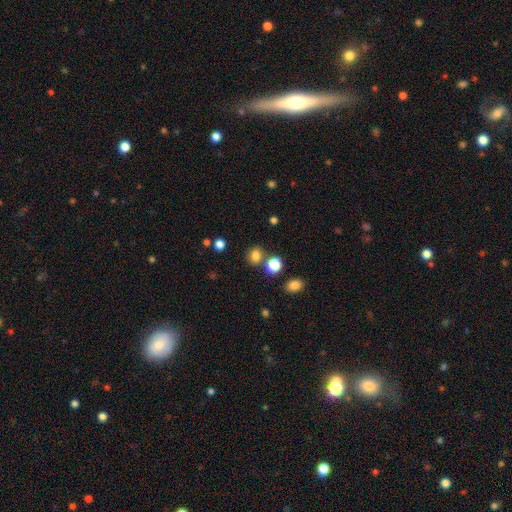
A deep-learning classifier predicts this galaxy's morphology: A smooth galaxy with no disk features (79%) that is round (62%). Merging: none (74%).